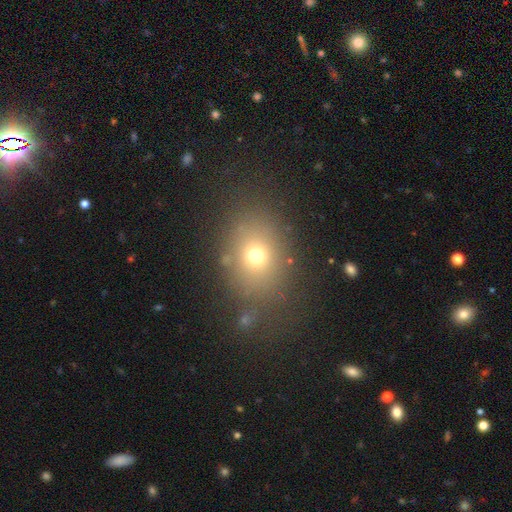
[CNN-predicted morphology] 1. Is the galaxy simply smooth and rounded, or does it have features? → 69% smooth, 18% star or artifact, 13% featured or disk.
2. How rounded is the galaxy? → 50% round, 49% in between, 1% cigar-shaped.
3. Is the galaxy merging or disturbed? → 76% none, 12% minor disturbance, 8% major disturbance, 4% merger.